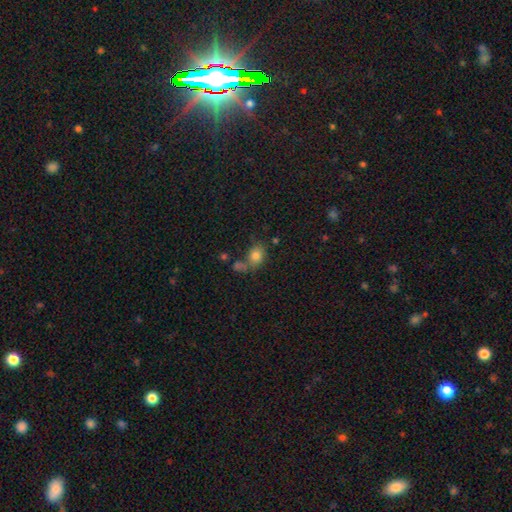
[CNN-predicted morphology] Smooth or featured? smooth (80%)
How rounded? round (50%)
Merging? none (53%)